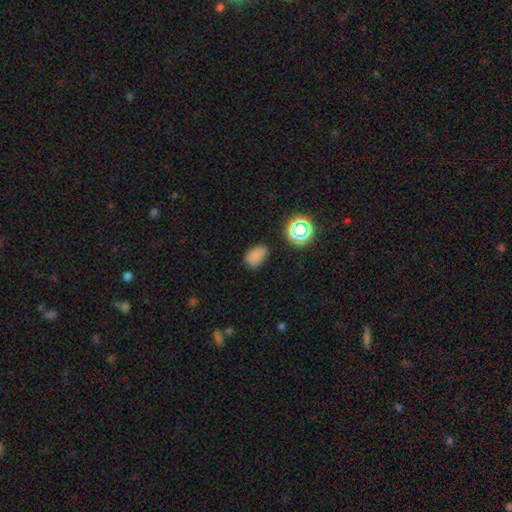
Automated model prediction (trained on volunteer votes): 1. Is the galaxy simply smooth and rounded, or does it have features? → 74% smooth, 20% star or artifact, 6% featured or disk.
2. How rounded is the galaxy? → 83% in between, 15% round, 1% cigar-shaped.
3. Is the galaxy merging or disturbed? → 70% none, 21% minor disturbance, 6% major disturbance, 3% merger.